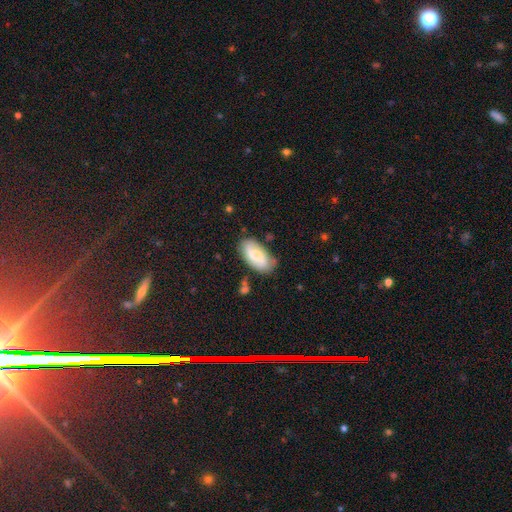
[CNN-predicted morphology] Overall: featured or disk (47%, tied with smooth). Merging: none (73%).